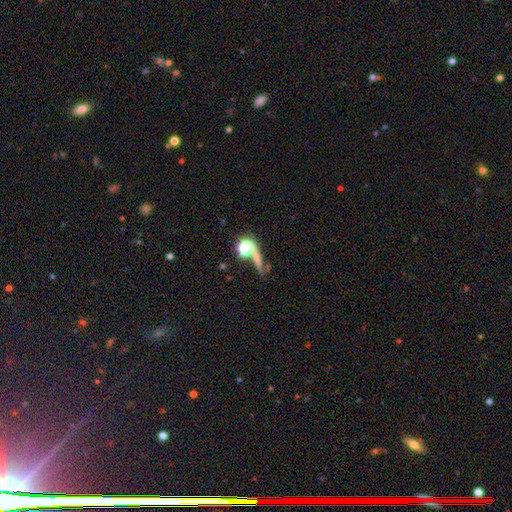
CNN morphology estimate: This appears to be a smooth galaxy with no disk features (50%) that is round (42%). Merging: none (54%).